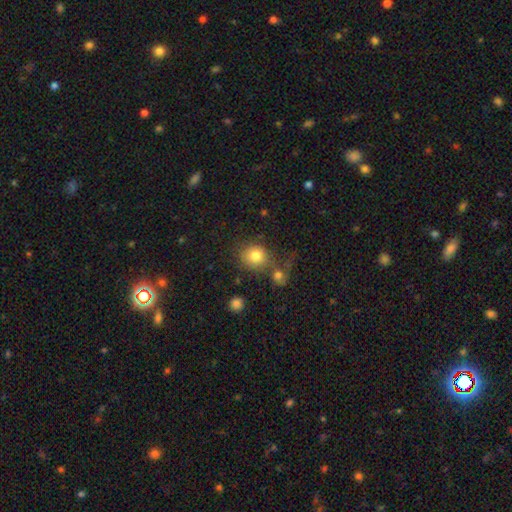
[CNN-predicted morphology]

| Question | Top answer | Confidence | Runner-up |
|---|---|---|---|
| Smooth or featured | smooth | 81% | star or artifact (10%) |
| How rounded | round | 83% | in between (16%) |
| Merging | none | 52% | merger (28%) |